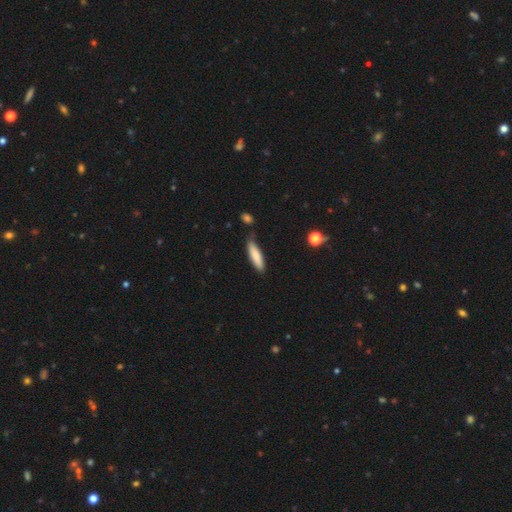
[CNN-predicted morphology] smooth-or-featured: smooth: 83% | featured or disk: 11% | star or artifact: 6%
  how-rounded: cigar-shaped: 72% | in between: 27% | round: 1%
  merging: none: 71% | minor disturbance: 20% | merger: 5% | major disturbance: 4%